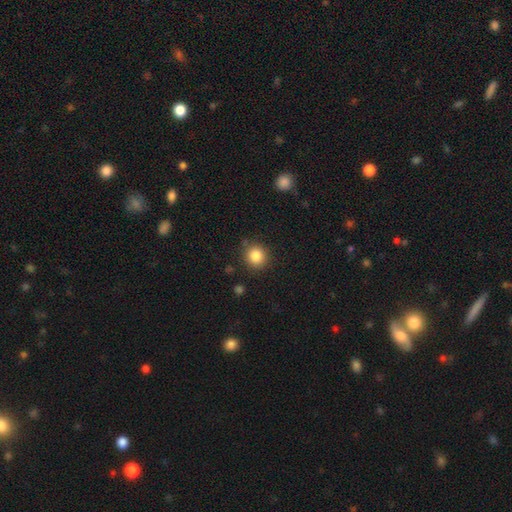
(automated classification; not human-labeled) Morphology: type=smooth (83%); roundness=round (90%); merging=none (86%).